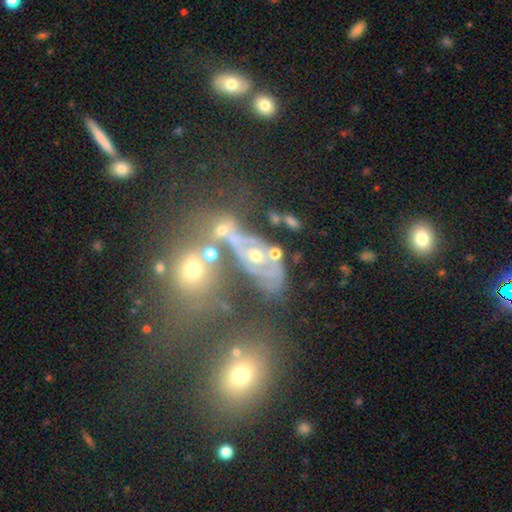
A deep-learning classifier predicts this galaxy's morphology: The model was most divided on "smooth or featured": smooth: 39%, featured or disk: 34%, star or artifact: 27%. Remaining: merging — none (39%).